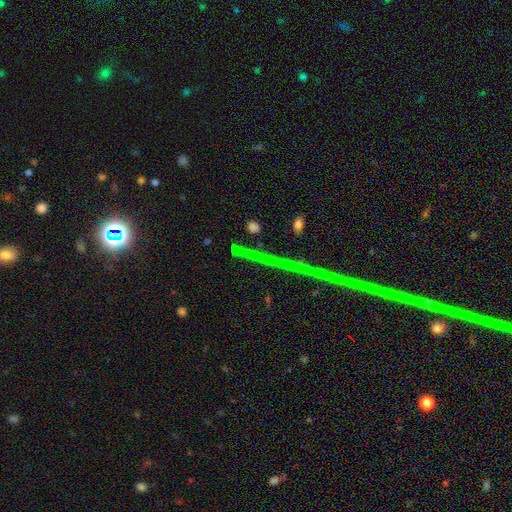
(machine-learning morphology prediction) smooth_or_featured: star or artifact (p=0.77) [alt: featured or disk p=0.13]